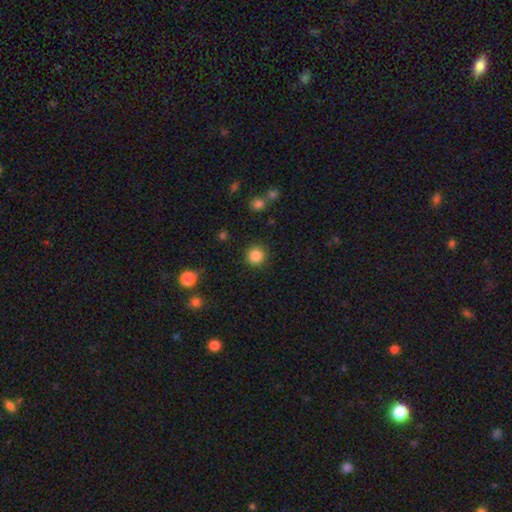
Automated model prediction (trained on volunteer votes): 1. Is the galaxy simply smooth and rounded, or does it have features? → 85% smooth, 11% star or artifact, 4% featured or disk.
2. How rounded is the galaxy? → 95% round, 5% in between, 1% cigar-shaped.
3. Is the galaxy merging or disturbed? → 90% none, 6% minor disturbance, 2% major disturbance, 1% merger.